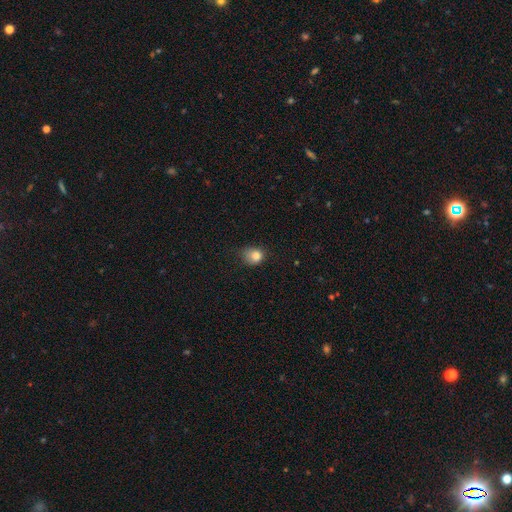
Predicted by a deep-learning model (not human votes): smooth-or-featured: smooth: 82% | star or artifact: 12% | featured or disk: 7%
  how-rounded: round: 66% | in between: 33% | cigar-shaped: 1%
  merging: none: 53% | minor disturbance: 34% | major disturbance: 11% | merger: 2%